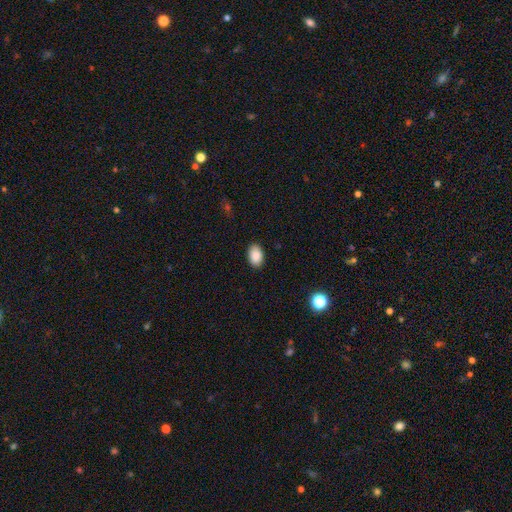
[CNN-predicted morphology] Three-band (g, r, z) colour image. It shows a smooth galaxy with no disk features (90%) that is in between round and cigar-shaped (88%). Merging: none (89%).